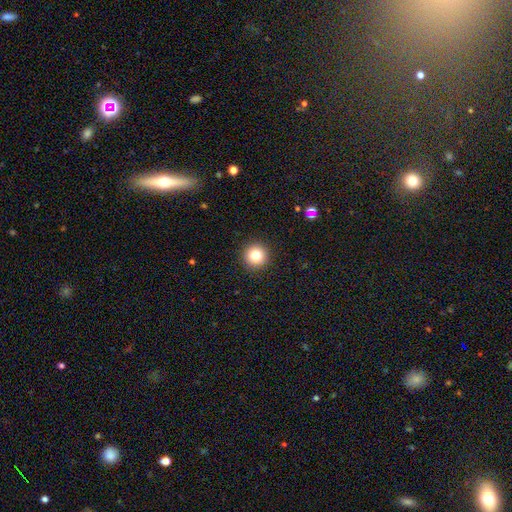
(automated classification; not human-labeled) Smooth or featured?
  - smooth: 81% *
  - star or artifact: 12%
  - featured or disk: 8%
How rounded?
  - round: 96% *
  - in between: 3%
  - cigar-shaped: 1%
Merging?
  - none: 92% *
  - minor disturbance: 5%
  - major disturbance: 2%
  - merger: 1%